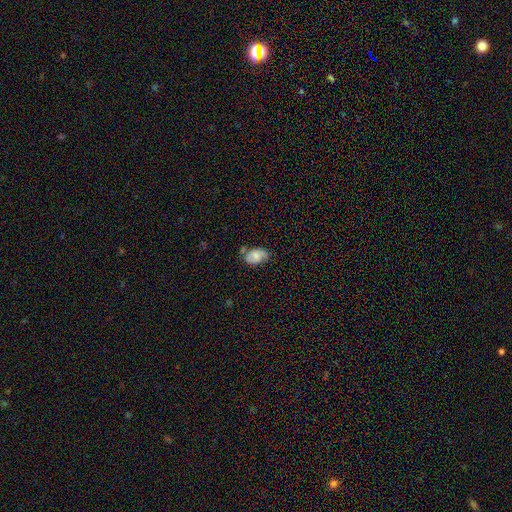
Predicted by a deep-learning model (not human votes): Smooth or featured: smooth — 65% (featured or disk — 26%)
How rounded: in between — 89% (round — 10%)
Merging: none — 56% (minor disturbance — 32%)